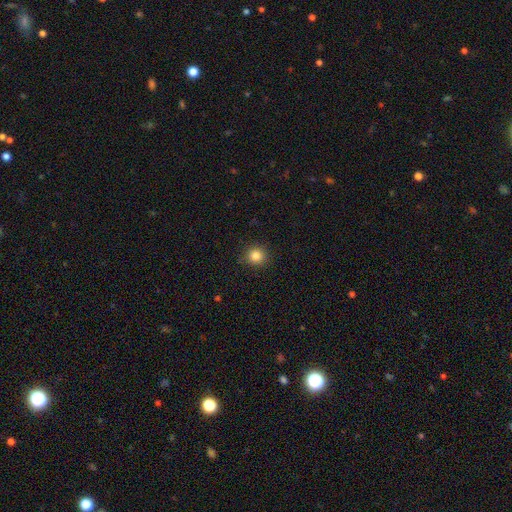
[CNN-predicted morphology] This appears to be a smooth galaxy with no disk features (84%) that is round (92%). Merging: none (90%).